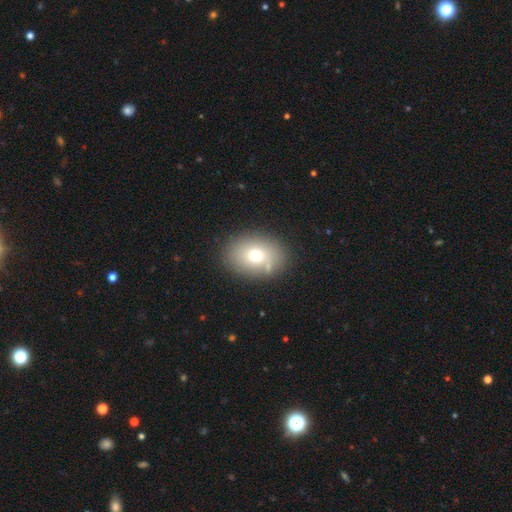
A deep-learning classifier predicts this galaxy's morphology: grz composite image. It shows a smooth galaxy with no disk features (70%) that is in between round and cigar-shaped (61%). Merging: none (81%).